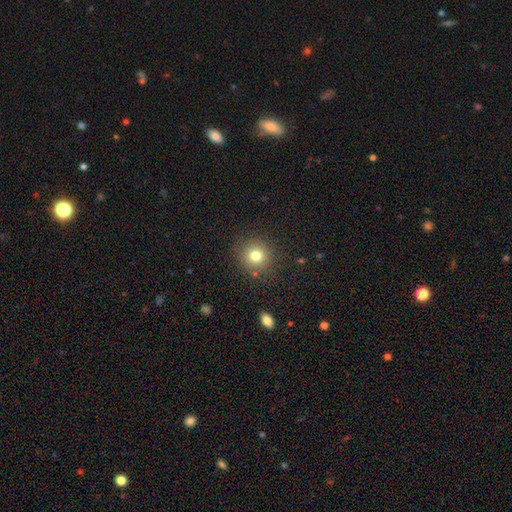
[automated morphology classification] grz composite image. It shows a smooth galaxy with no disk features (78%) that is round (93%). Merging: none (87%).